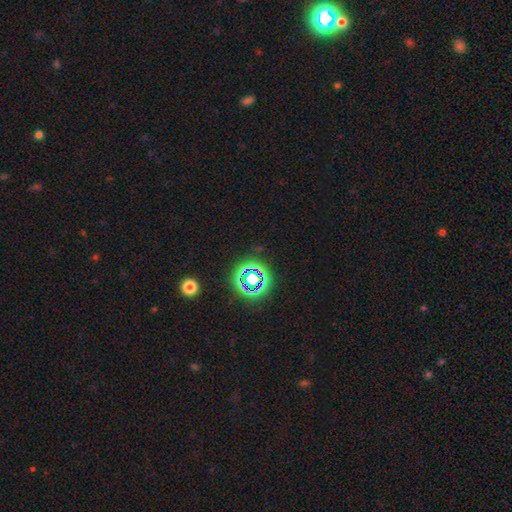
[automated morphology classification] The model was most divided on "smooth or featured": star or artifact: 75%, smooth: 18%, featured or disk: 7%.